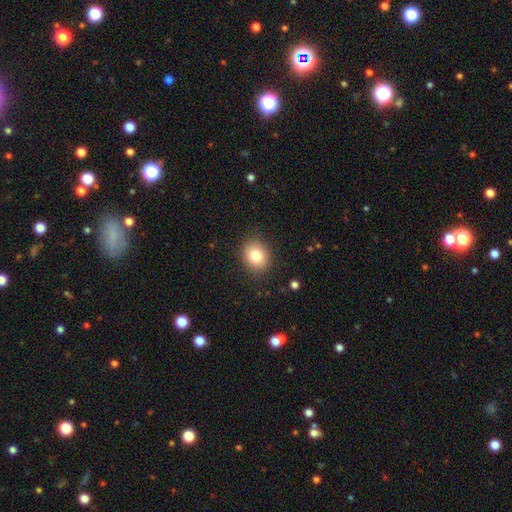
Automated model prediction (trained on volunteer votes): Smooth or featured? Predicted: smooth (p=0.81). How rounded? Predicted: round (p=0.66). Merging? Predicted: none (p=0.87).